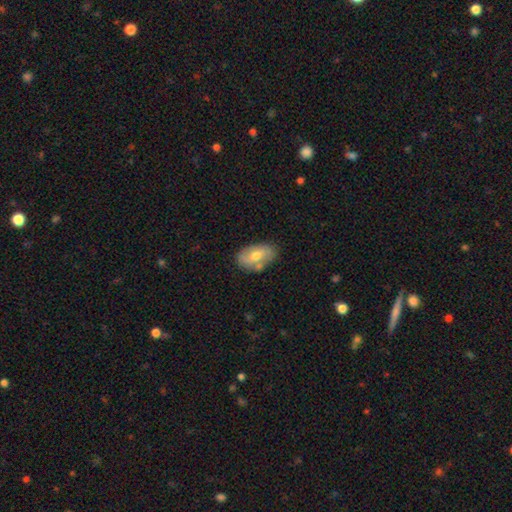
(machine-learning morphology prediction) A smooth galaxy with no disk features (61%) that is in between round and cigar-shaped (91%). Merging: none (68%).